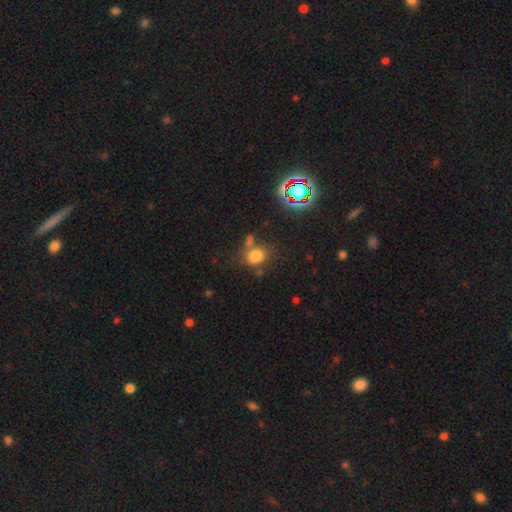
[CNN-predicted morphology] type=smooth (75%); roundness=in between (55%); merging=none (58%).